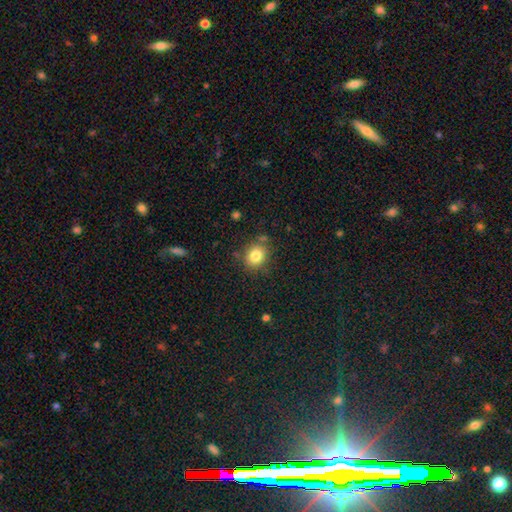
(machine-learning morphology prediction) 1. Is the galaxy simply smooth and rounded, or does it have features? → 82% smooth, 11% star or artifact, 8% featured or disk.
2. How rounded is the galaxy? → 69% round, 30% in between, 1% cigar-shaped.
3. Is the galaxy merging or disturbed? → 80% none, 12% minor disturbance, 4% merger, 4% major disturbance.